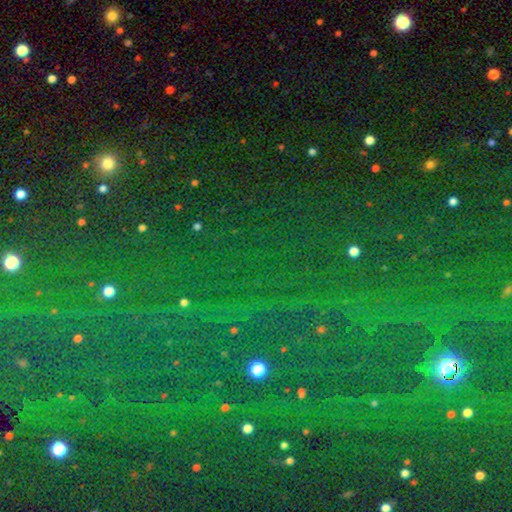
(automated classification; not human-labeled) Q: Smooth or featured?
A: star or artifact (82%); runner-up: smooth (10%)